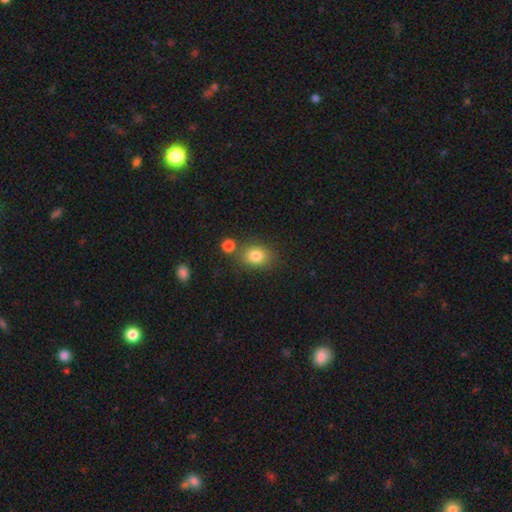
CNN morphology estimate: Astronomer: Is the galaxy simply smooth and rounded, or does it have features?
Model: smooth — 82%.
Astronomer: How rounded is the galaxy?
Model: in between — 51% (runner-up: round, 47%).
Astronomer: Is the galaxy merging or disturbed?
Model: none — 70%.